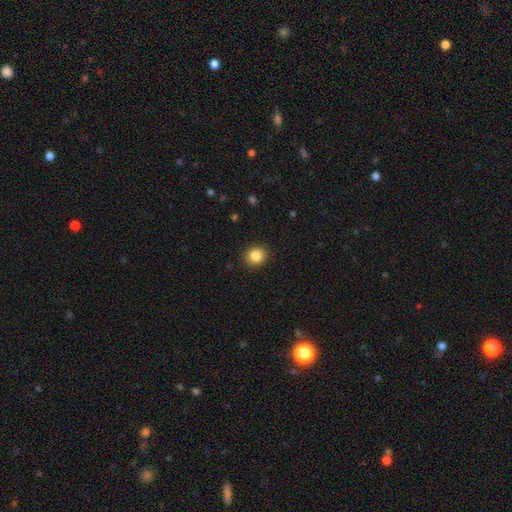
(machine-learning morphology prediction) A smooth galaxy with no disk features (85%) that is round (87%). Merging: none (91%).